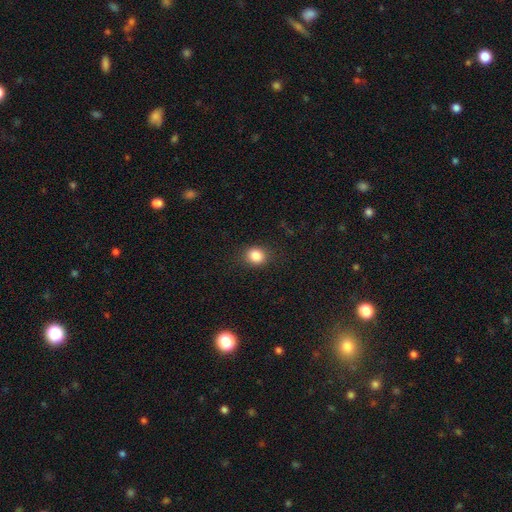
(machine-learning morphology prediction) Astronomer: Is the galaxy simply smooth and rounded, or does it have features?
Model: smooth — 85%.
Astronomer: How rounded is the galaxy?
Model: round — 67%.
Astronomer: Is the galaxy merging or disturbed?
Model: none — 86%.